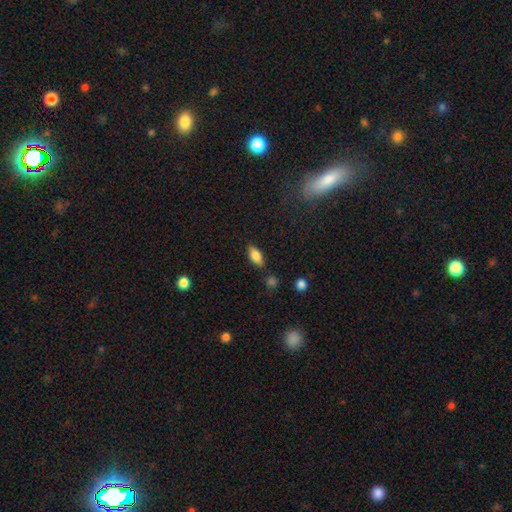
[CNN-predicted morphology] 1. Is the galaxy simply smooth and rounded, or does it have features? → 79% smooth, 13% featured or disk, 8% star or artifact.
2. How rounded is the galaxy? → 84% in between, 13% cigar-shaped, 4% round.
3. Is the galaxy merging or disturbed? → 79% none, 14% minor disturbance, 4% merger, 3% major disturbance.